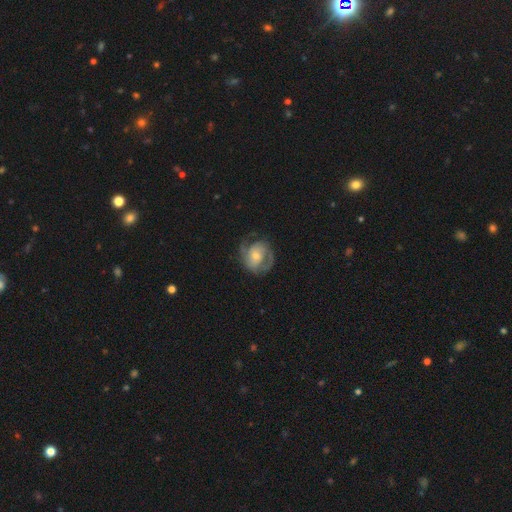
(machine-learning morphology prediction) featured or disk 70%, smooth 24%, star or artifact 6%. Down the decision tree: edge-on disk — no (97%); bar — no (65%); spiral arms — yes (85%); spiral arm count — 2 (65%); spiral winding — medium (45%); bulge size — moderate (46%); merging — none (63%).